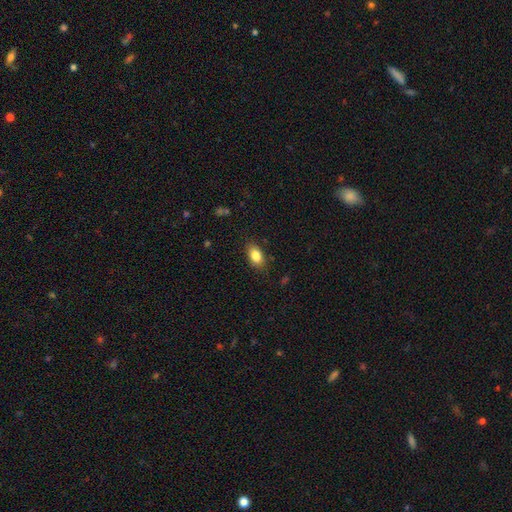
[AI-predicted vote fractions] Smooth or featured?
  - smooth: 85% *
  - star or artifact: 8%
  - featured or disk: 7%
How rounded?
  - in between: 89% *
  - round: 8%
  - cigar-shaped: 3%
Merging?
  - none: 84% *
  - minor disturbance: 12%
  - major disturbance: 3%
  - merger: 1%